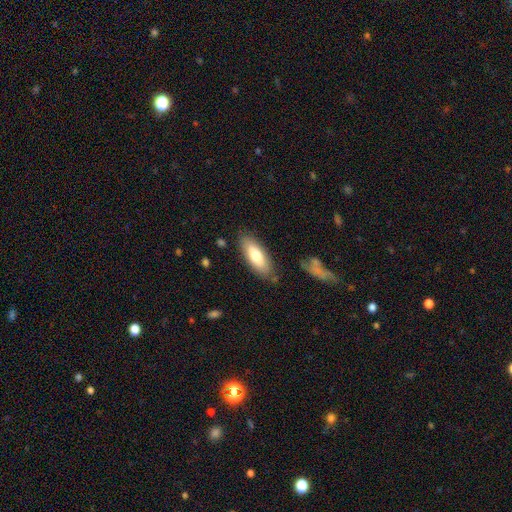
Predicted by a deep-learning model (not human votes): smooth_or_featured: smooth (p=0.72) [alt: featured or disk p=0.22]
how_rounded: in between (p=0.72) [alt: cigar-shaped p=0.26]
merging: none (p=0.82) [alt: minor disturbance p=0.13]